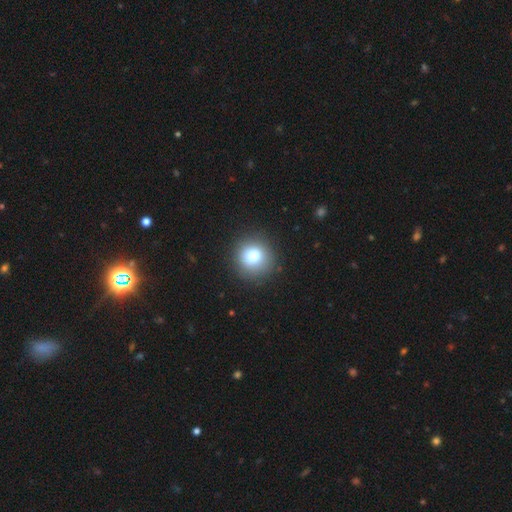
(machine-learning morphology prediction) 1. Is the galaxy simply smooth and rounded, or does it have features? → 78% smooth, 12% star or artifact, 10% featured or disk.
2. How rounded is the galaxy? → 93% round, 6% in between, 1% cigar-shaped.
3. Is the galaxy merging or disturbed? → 90% none, 7% minor disturbance, 2% major disturbance, 1% merger.